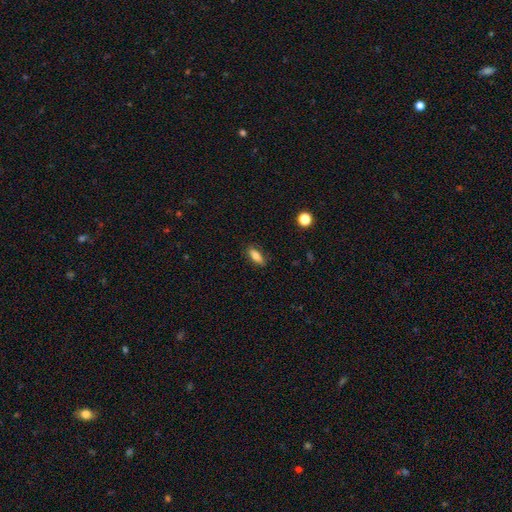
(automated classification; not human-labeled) This is clearly a smooth galaxy (81%). How rounded: likely in between (74%). Merging: clearly none (84%).